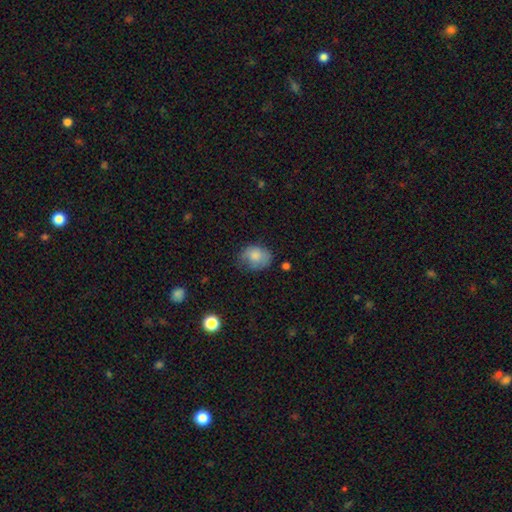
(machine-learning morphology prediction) Overall: smooth (78%). How rounded: in between (57%; round 42%). Merging: none (54%; minor disturbance 33%).